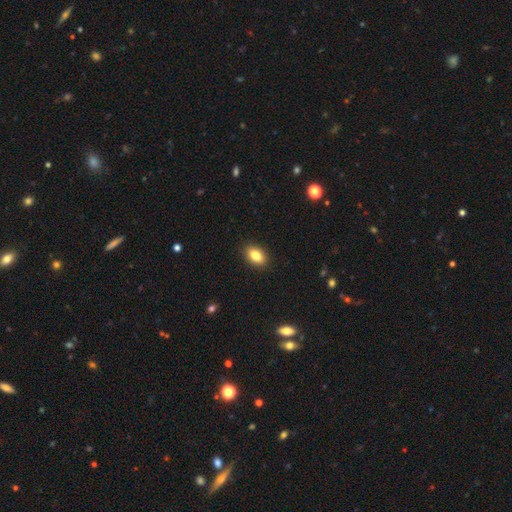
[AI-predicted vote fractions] Morphology: type=smooth (84%); roundness=in between (86%); merging=none (90%).